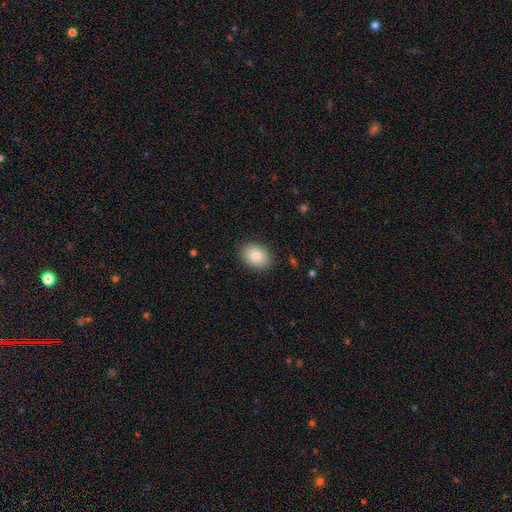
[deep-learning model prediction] The model was most divided on "how rounded": in between: 69%, round: 30%, cigar-shaped: 1%. More confident: merging — none (88%); smooth or featured — smooth (85%).